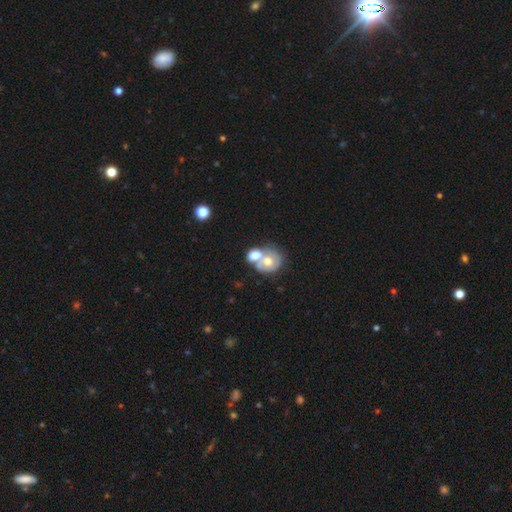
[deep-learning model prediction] A smooth galaxy with no disk features (50%). Merging: merger (64%).